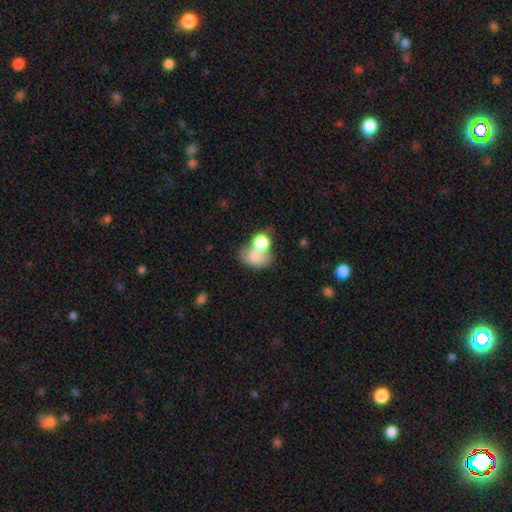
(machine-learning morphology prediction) A smooth galaxy with no disk features (73%) that is in between round and cigar-shaped (63%). Merging: merger (51%).